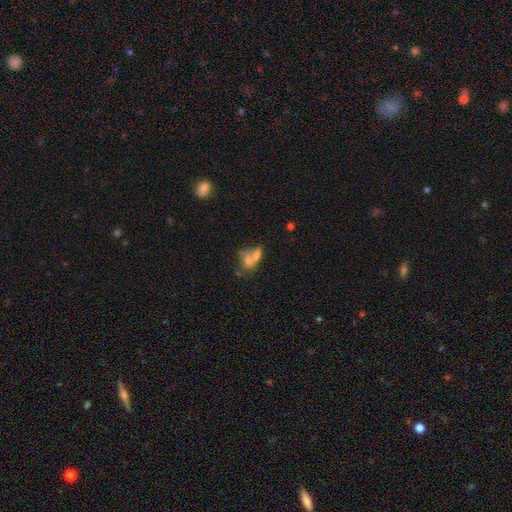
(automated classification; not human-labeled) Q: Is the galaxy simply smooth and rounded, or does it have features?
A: smooth — 65%.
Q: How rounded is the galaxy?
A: in between — 71%.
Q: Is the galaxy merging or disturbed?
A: merger — 64%.